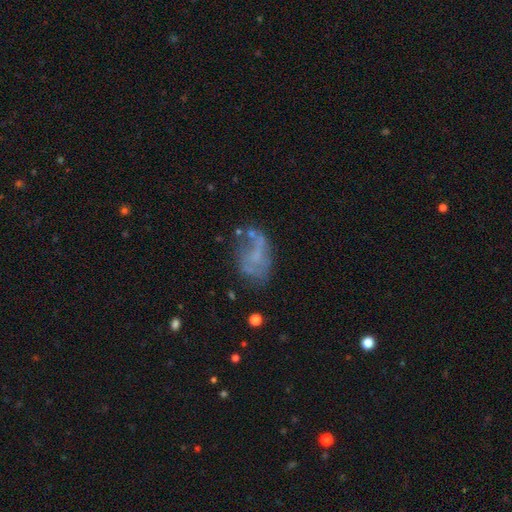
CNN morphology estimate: A featured or disk galaxy (52%) with no bar (73%), no spiral arms (70%) and no central bulge (65%). Merging: none (41%).